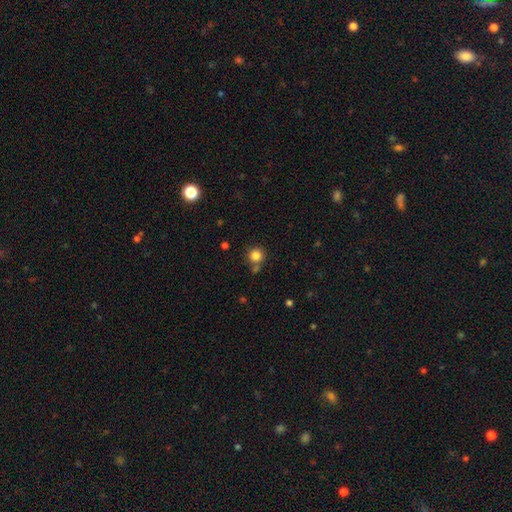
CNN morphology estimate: Smooth or featured? smooth (83%)
How rounded? round (94%)
Merging? none (73%)